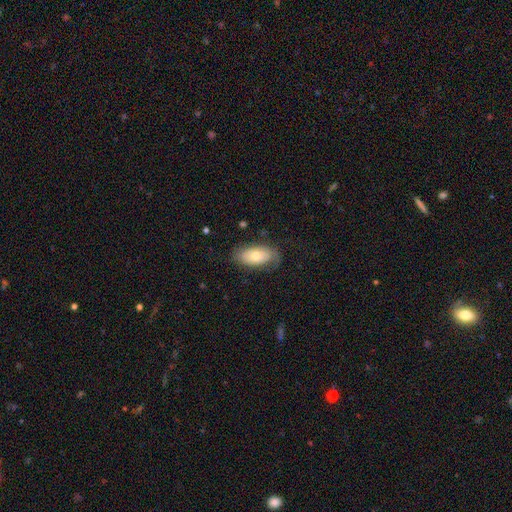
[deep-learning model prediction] smooth-or-featured: smooth: 61% | featured or disk: 32% | star or artifact: 7%
  how-rounded: in between: 92% | cigar-shaped: 4% | round: 4%
  merging: none: 69% | minor disturbance: 22% | major disturbance: 9% | merger: 1%